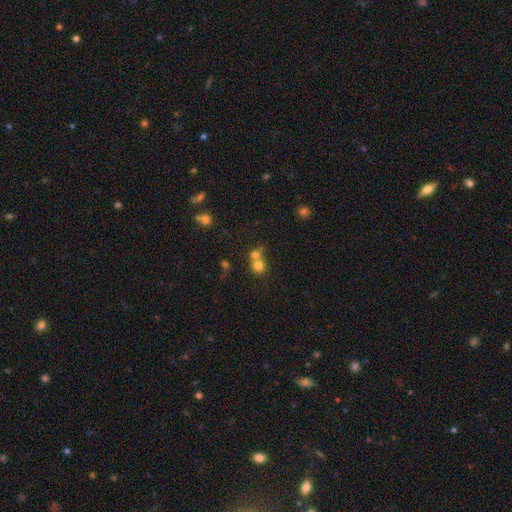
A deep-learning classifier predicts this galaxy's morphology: smooth-or-featured: smooth: 72% | star or artifact: 15% | featured or disk: 12%
  how-rounded: round: 85% | in between: 14% | cigar-shaped: 1%
  merging: merger: 54% | none: 37% | minor disturbance: 6% | major disturbance: 3%